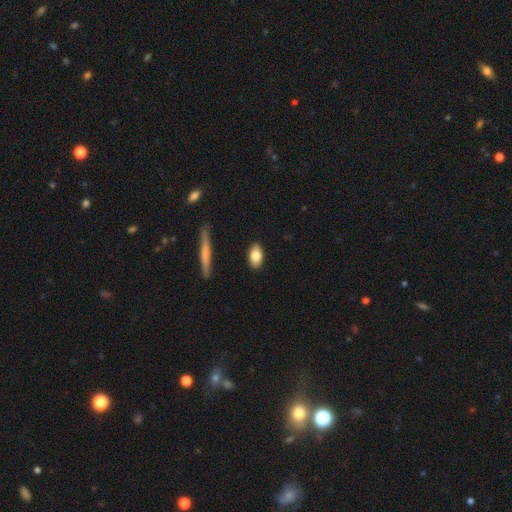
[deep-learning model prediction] smooth 80%, featured or disk 13%, star or artifact 7%. Down the decision tree: how rounded — in between (89%); merging — none (89%).